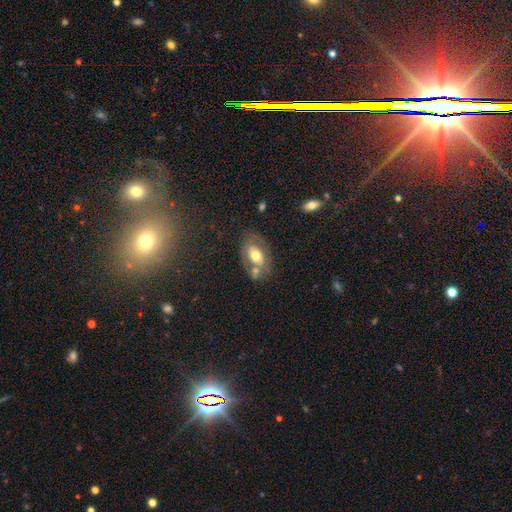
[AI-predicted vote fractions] Overall: smooth (55%; featured or disk 36%). How rounded: in between (85%). Merging: none (49%; merger 24%).